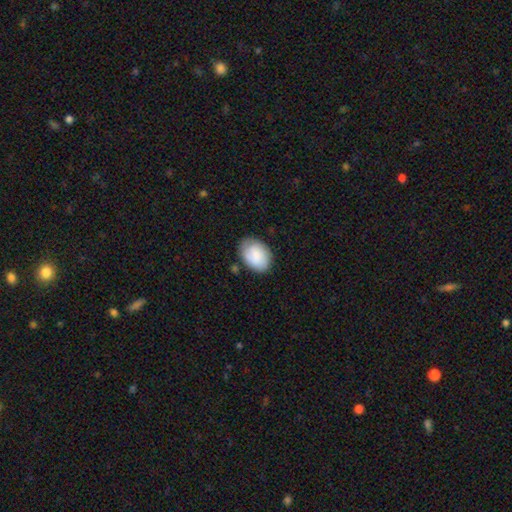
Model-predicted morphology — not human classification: Smooth or featured? smooth (73%)
How rounded? in between (76%)
Merging? none (73%)